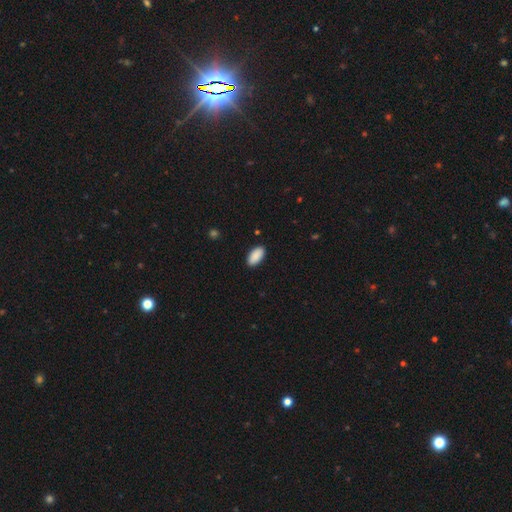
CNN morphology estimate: This is clearly a smooth galaxy (91%). How rounded: clearly in between (95%). Merging: clearly none (89%).